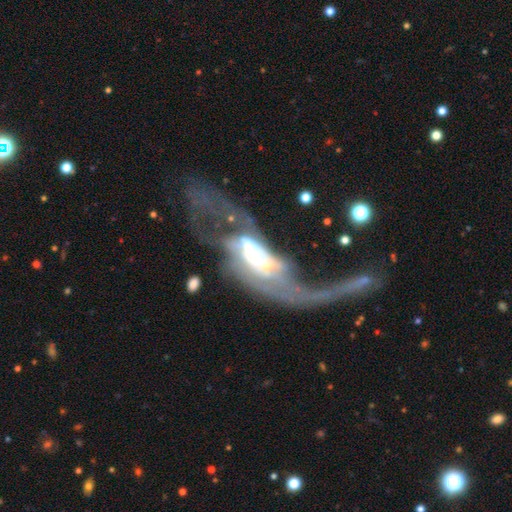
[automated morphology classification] smooth_or_featured: featured or disk (p=0.73) [alt: smooth p=0.18]
disk_edge_on: no (p=0.87) [alt: yes p=0.13]
bar: no (p=0.48) [alt: weak p=0.26]
has_spiral_arms: yes (p=0.55) [alt: no p=0.45]
bulge_size: moderate (p=0.39) [alt: large p=0.28]
merging: major disturbance (p=0.53) [alt: merger p=0.31]